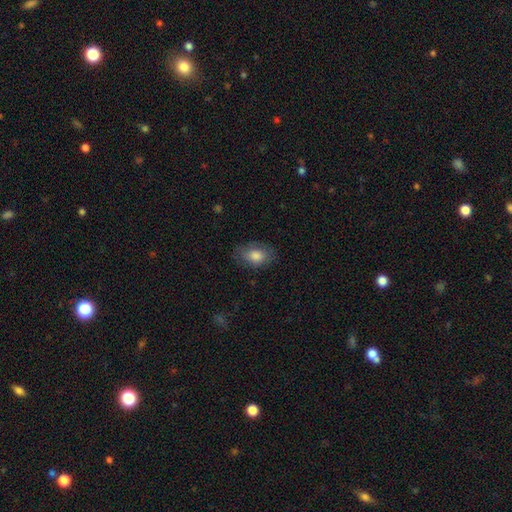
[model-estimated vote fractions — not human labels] Smooth or featured: smooth — 80% (featured or disk — 12%)
How rounded: in between — 81% (round — 17%)
Merging: none — 76% (minor disturbance — 18%)